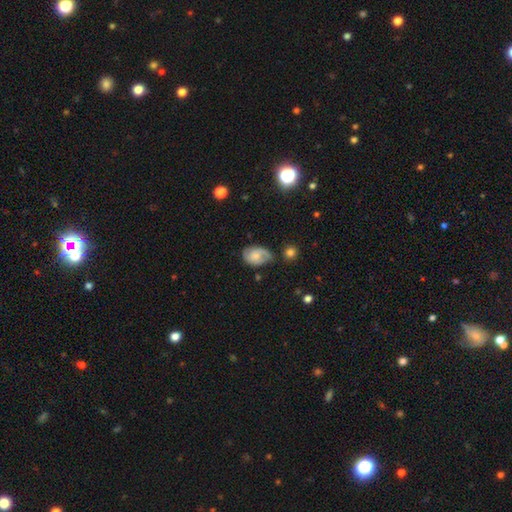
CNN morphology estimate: smooth-or-featured: featured or disk: 51% | smooth: 41% | star or artifact: 8%
  disk-edge-on: no: 96% | yes: 4%
  merging: none: 59% | minor disturbance: 28% | major disturbance: 9% | merger: 4%